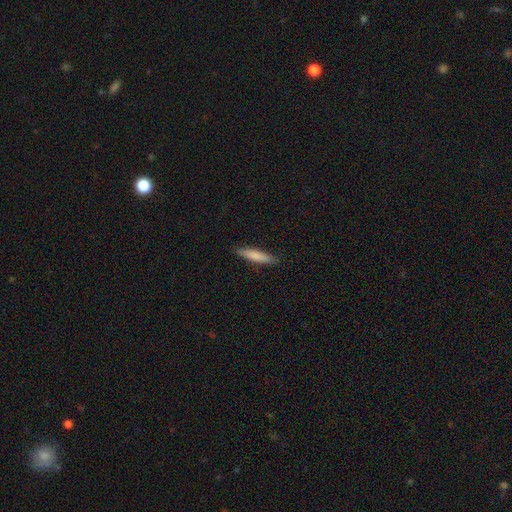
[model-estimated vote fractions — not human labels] A smooth galaxy with no disk features (79%) that is cigar-shaped (86%).

Vote fractions:
- Smooth or featured? smooth: 79% / featured or disk: 16% / star or artifact: 6%
- How rounded? cigar-shaped: 86% / in between: 13% / round: 1%
- Merging? none: 89% / minor disturbance: 9% / major disturbance: 2% / merger: 1%